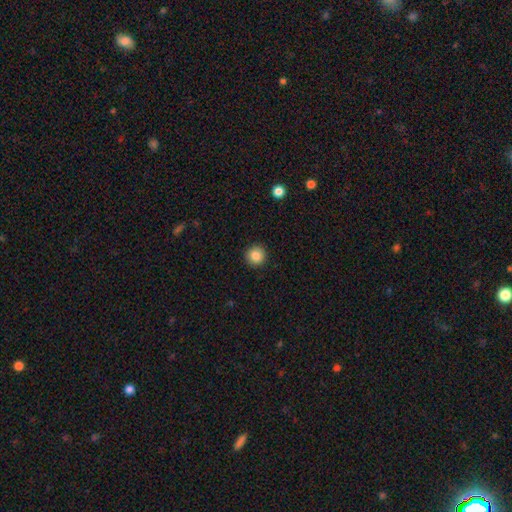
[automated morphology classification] smooth_or_featured: smooth (p=0.86) [alt: star or artifact p=0.10]
how_rounded: round (p=0.95) [alt: in between p=0.05]
merging: none (p=0.92) [alt: minor disturbance p=0.05]